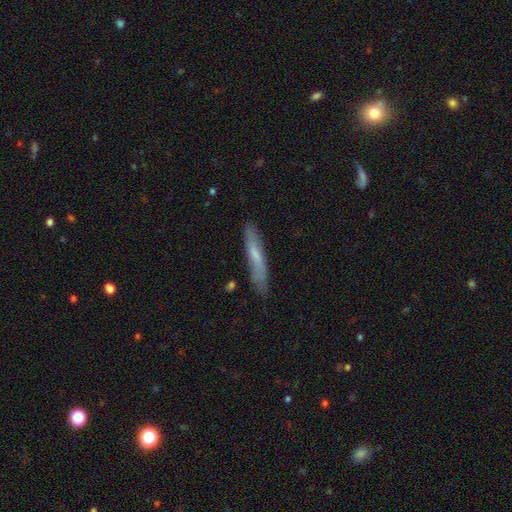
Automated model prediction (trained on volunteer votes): Smooth or featured: smooth — 59% (featured or disk — 34%)
How rounded: cigar-shaped — 89% (in between — 10%)
Merging: none — 79% (minor disturbance — 16%)